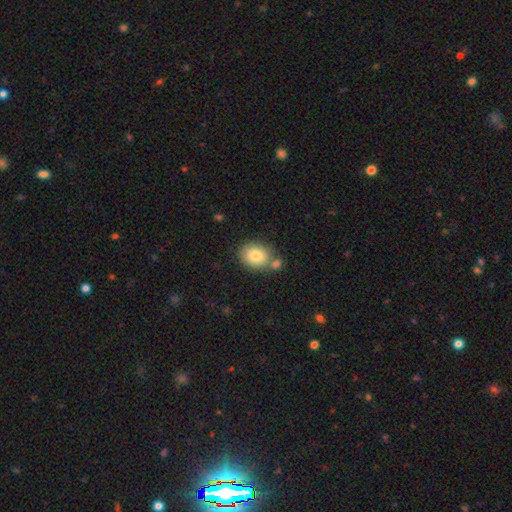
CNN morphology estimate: smooth_or_featured: smooth (p=0.80) [alt: featured or disk p=0.11]
how_rounded: round (p=0.50) [alt: in between p=0.49]
merging: none (p=0.62) [alt: merger p=0.21]